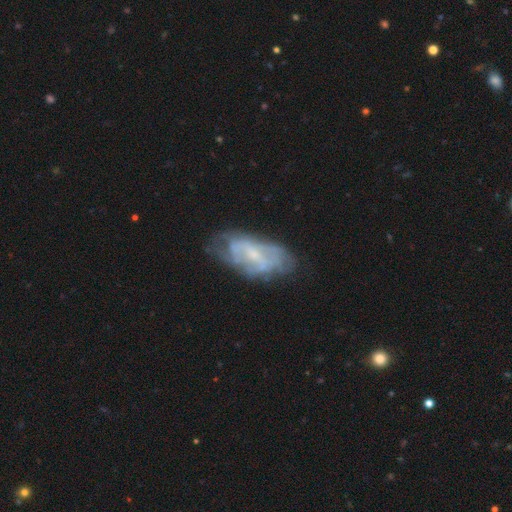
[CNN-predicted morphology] Smooth or featured?
  - featured or disk: 63% *
  - smooth: 26%
  - star or artifact: 11%
Edge-on disk?
  - no: 90% *
  - yes: 10%
Bar?
  - no: 47% *
  - weak: 41%
  - strong: 12%
Spiral arms?
  - yes: 56% *
  - no: 44%
Bulge size?
  - small: 60% *
  - moderate: 24%
  - none: 13%
  - large: 2%
  - dominant: 1%
Merging?
  - none: 65% *
  - minor disturbance: 22%
  - major disturbance: 10%
  - merger: 3%